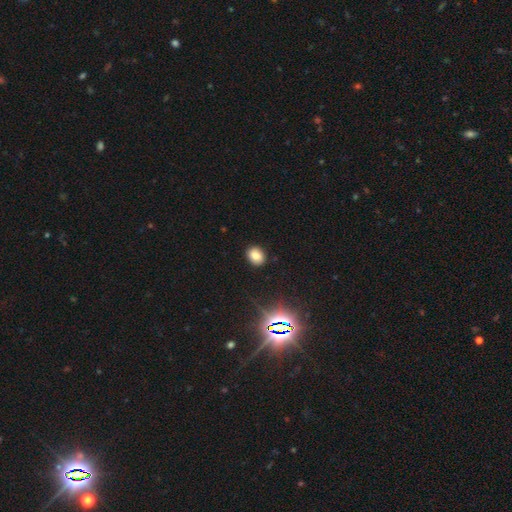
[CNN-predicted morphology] smooth 77%, star or artifact 16%, featured or disk 7%. Down the decision tree: how rounded — in between (55%); merging — none (89%).